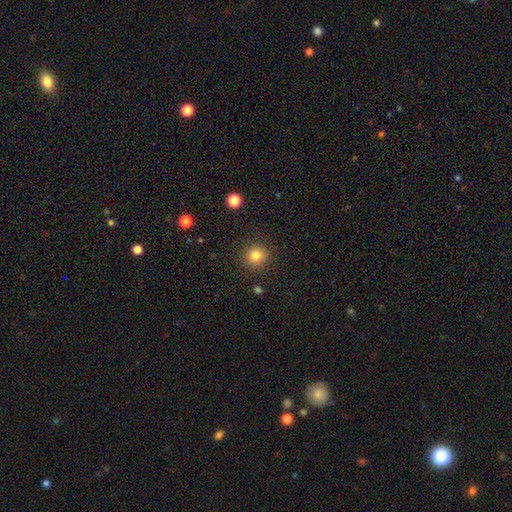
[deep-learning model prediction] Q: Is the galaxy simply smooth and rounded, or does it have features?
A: smooth — 81%.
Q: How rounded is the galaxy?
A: round — 92%.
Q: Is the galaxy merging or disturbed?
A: none — 89%.